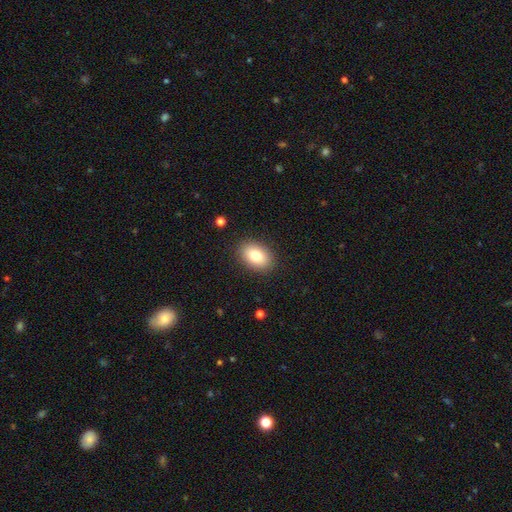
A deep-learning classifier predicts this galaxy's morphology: This appears to be a smooth galaxy with no disk features (82%) that is in between round and cigar-shaped (84%). Merging: none (88%).